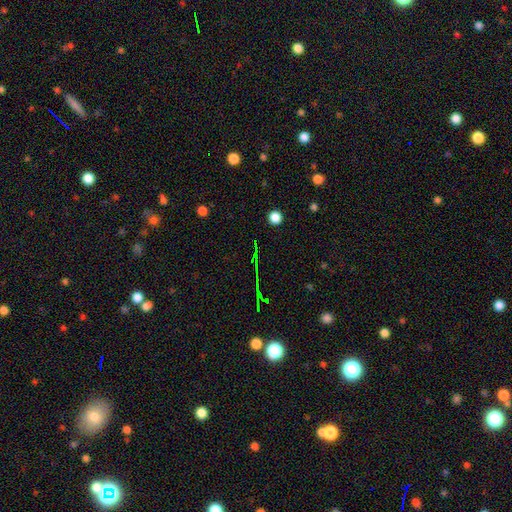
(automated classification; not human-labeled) Smooth or featured? Predicted: star or artifact (p=0.65).